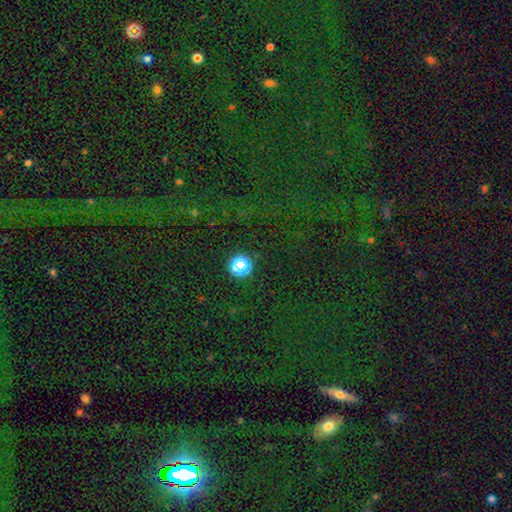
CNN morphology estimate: smooth_or_featured: star or artifact (p=0.74) [alt: smooth p=0.18]